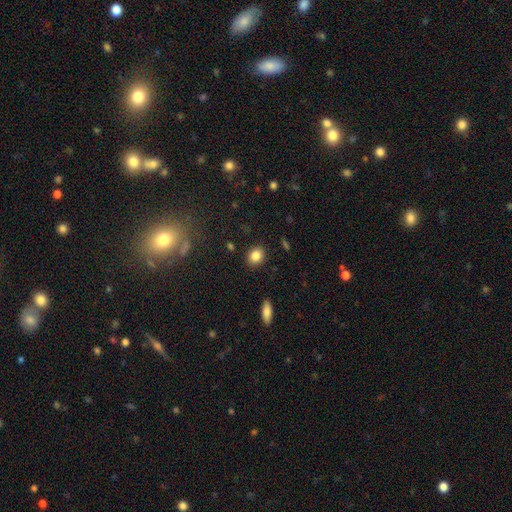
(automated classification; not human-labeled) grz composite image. It shows a smooth galaxy with no disk features (85%) that is round (52%). Merging: none (89%).